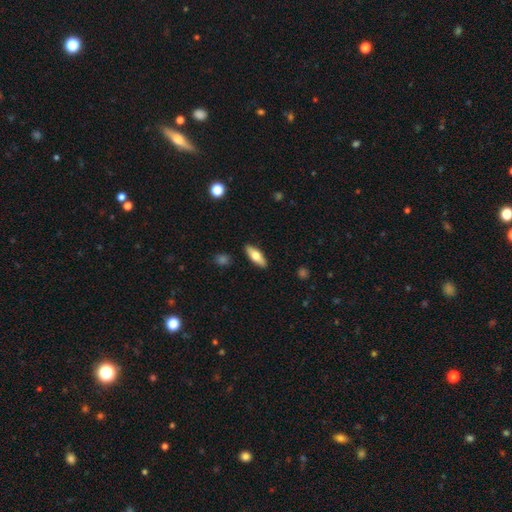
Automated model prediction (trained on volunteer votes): smooth 63%, featured or disk 31%, star or artifact 6%. Down the decision tree: how rounded — in between (65%); merging — none (89%).